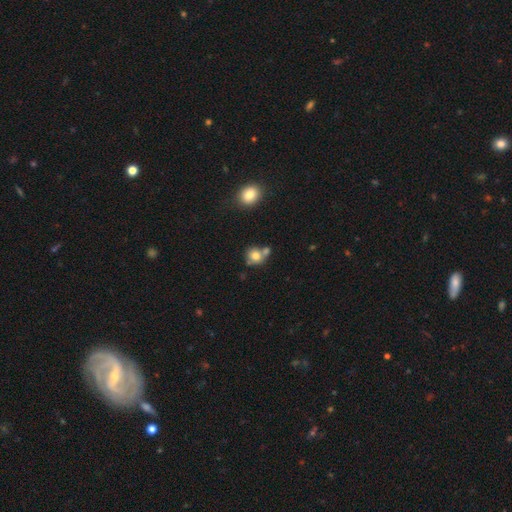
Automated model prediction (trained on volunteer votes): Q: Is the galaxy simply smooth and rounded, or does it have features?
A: smooth — 77%.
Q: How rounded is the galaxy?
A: round — 80%.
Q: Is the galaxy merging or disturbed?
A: none — 50%.